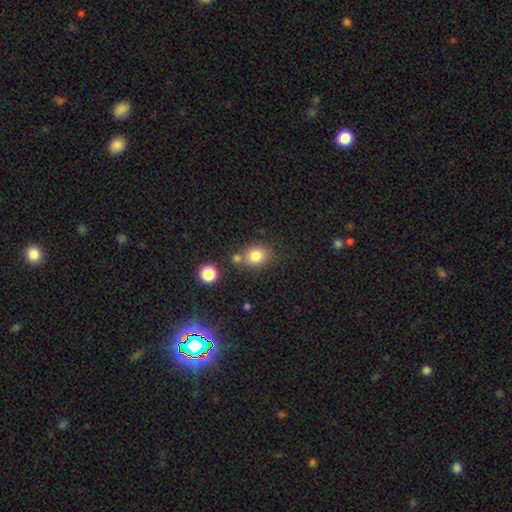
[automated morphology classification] smooth_or_featured: smooth (p=0.81) [alt: star or artifact p=0.11]
how_rounded: round (p=0.65) [alt: in between p=0.34]
merging: none (p=0.66) [alt: merger p=0.18]